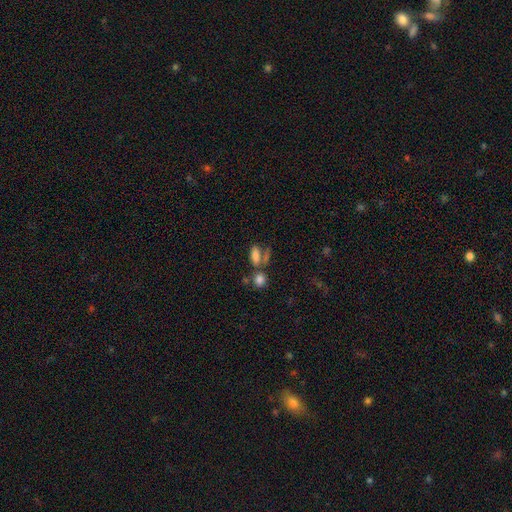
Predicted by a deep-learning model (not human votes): smooth 78%, featured or disk 11%, star or artifact 11%. Down the decision tree: how rounded — in between (75%); merging — none (44%).